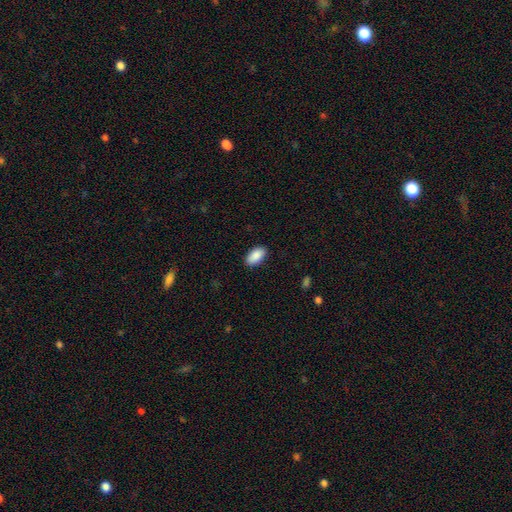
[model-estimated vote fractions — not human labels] Morphology: type=smooth (90%); roundness=in between (95%); merging=none (88%).